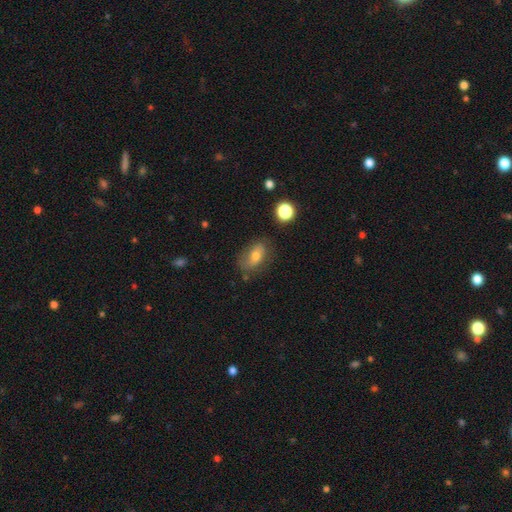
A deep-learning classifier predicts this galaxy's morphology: type=smooth (62%); roundness=in between (83%); merging=none (67%).